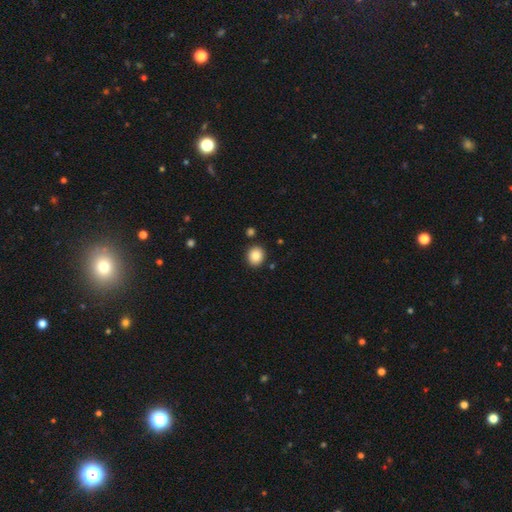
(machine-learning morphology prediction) Smooth or featured?
  - smooth: 87% *
  - star or artifact: 9%
  - featured or disk: 5%
How rounded?
  - round: 77% *
  - in between: 23%
  - cigar-shaped: 1%
Merging?
  - none: 88% *
  - minor disturbance: 7%
  - merger: 3%
  - major disturbance: 2%